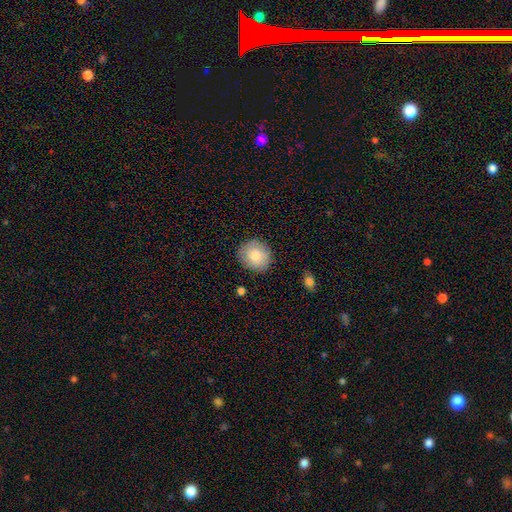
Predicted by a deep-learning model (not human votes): The model was most divided on "smooth or featured": smooth: 80%, featured or disk: 12%, star or artifact: 7%. More confident: how rounded — round (88%); merging — none (87%).